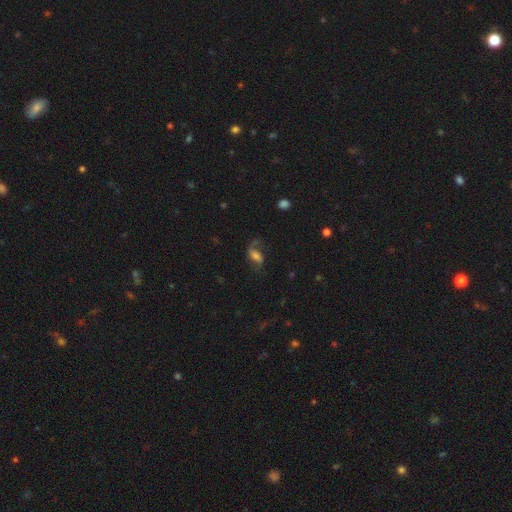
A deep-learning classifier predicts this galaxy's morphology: This is possibly a featured or disk galaxy (51%). It is clearly not viewed edge-on (94%). Merging: possibly none (53%).